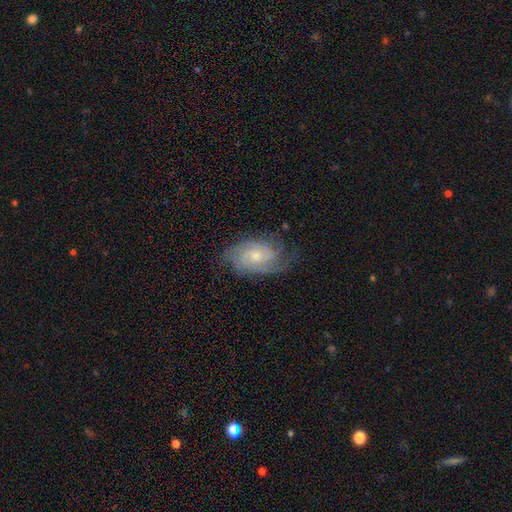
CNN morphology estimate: Overall: featured or disk (75%). Edge-on disk: no (96%). Bar: no (70%). Spiral arms: yes (94%). Spiral arm count: can't tell (32%; 2 31%). Spiral winding: tight (53%; medium 36%). Bulge size: small (52%; moderate 41%). Merging: none (68%).